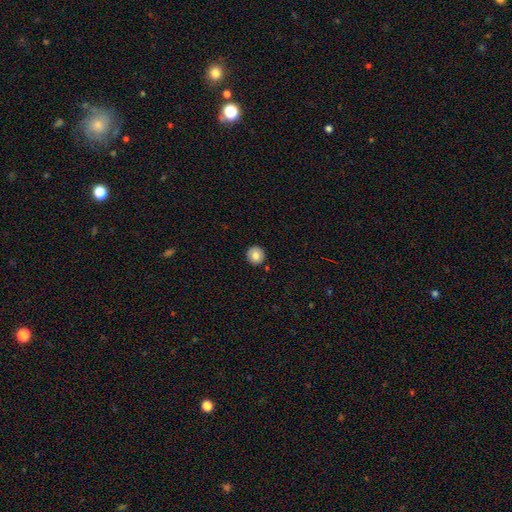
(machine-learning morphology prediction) Q: Smooth or featured?
A: smooth (79%); runner-up: featured or disk (13%)
Q: How rounded?
A: round (96%); runner-up: in between (4%)
Q: Merging?
A: none (92%); runner-up: minor disturbance (5%)